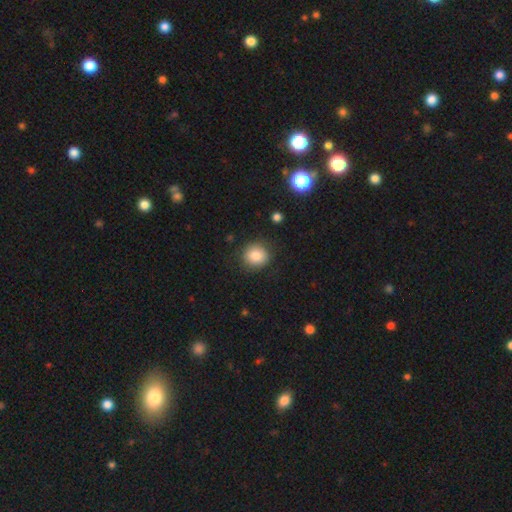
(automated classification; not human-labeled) A smooth galaxy with no disk features (83%) that is round (83%).

Vote fractions:
- Smooth or featured? smooth: 83% / star or artifact: 9% / featured or disk: 7%
- How rounded? round: 83% / in between: 16% / cigar-shaped: 1%
- Merging? none: 84% / minor disturbance: 11% / major disturbance: 3% / merger: 1%